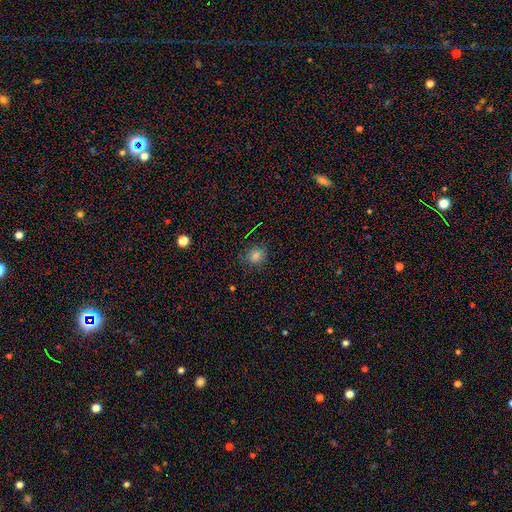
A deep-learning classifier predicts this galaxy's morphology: smooth_or_featured: smooth (p=0.77) [alt: star or artifact p=0.17]
how_rounded: round (p=0.70) [alt: in between p=0.29]
merging: none (p=0.80) [alt: minor disturbance p=0.14]